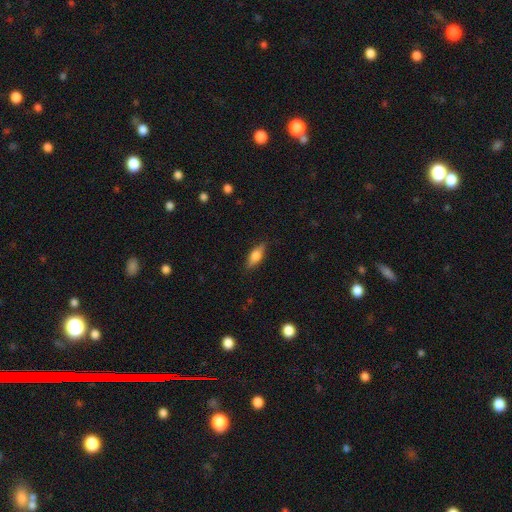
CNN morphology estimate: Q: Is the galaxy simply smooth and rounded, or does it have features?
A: smooth — 69%.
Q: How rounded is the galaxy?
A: in between — 71%.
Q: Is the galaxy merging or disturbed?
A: none — 83%.